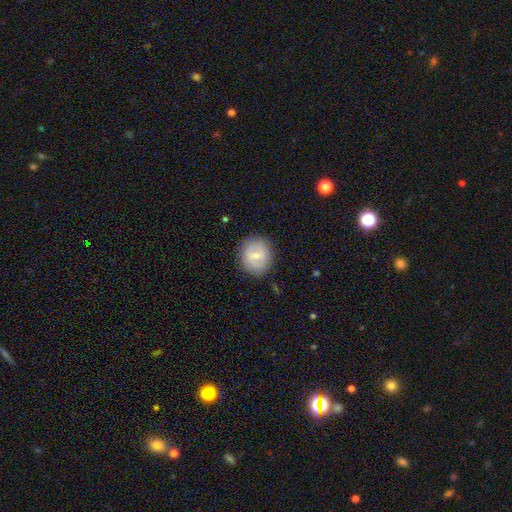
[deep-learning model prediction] Smooth or featured?
  - smooth: 56% *
  - featured or disk: 37%
  - star or artifact: 7%
How rounded?
  - round: 82% *
  - in between: 17%
  - cigar-shaped: 1%
Merging?
  - none: 83% *
  - minor disturbance: 12%
  - major disturbance: 4%
  - merger: 1%